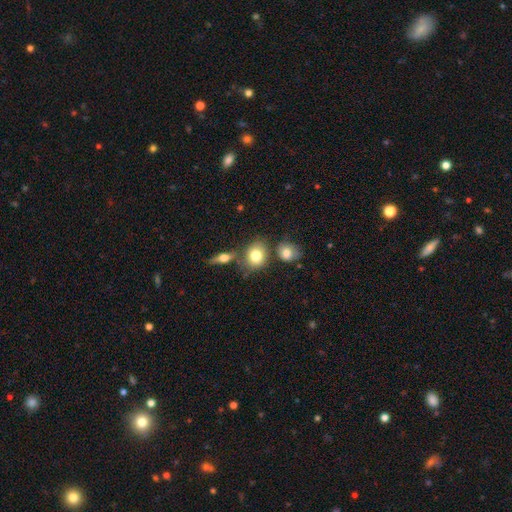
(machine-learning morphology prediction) A smooth galaxy with no disk features (78%) that is round (52%). Merging: none (63%).